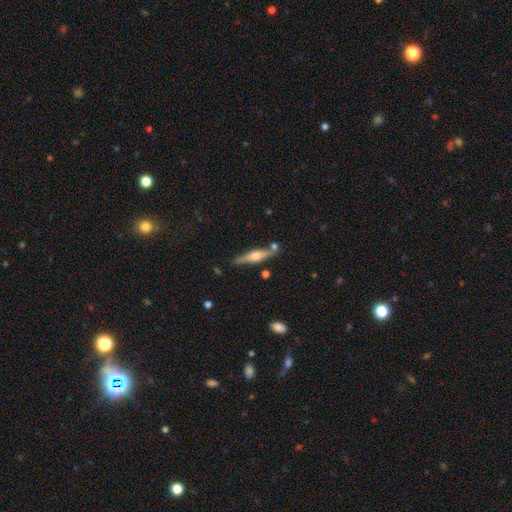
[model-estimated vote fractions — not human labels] Smooth or featured? Predicted: featured or disk (p=0.68). Edge-on disk? Predicted: yes (p=0.96). Edge-on bulge? Predicted: rounded (p=0.84). Merging? Predicted: none (p=0.80).